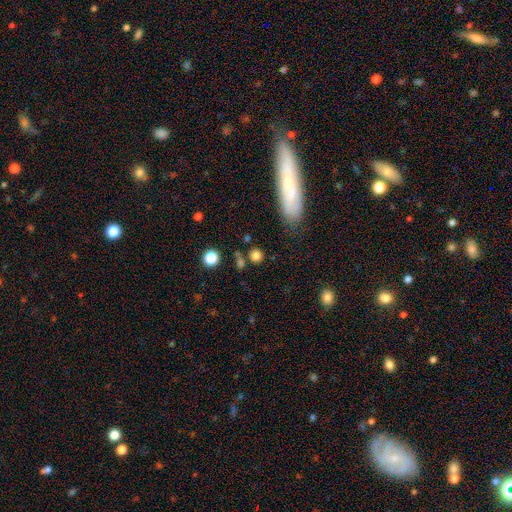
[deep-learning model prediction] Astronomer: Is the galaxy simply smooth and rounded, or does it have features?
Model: smooth — 80%.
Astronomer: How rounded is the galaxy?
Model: round — 83%.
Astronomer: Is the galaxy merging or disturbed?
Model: none — 77%.